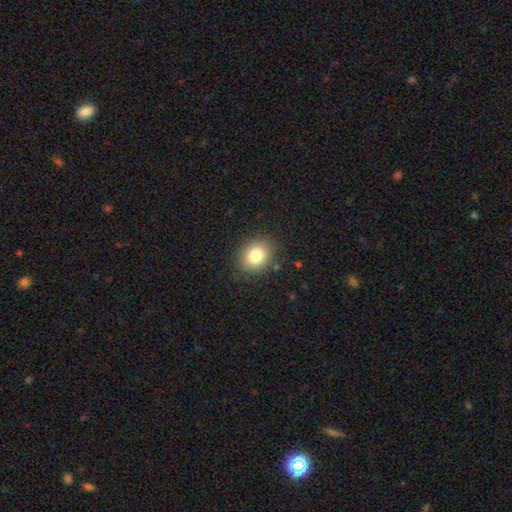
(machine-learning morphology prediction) This is clearly a smooth galaxy (82%). How rounded: possibly in between (52%). Merging: clearly none (85%).